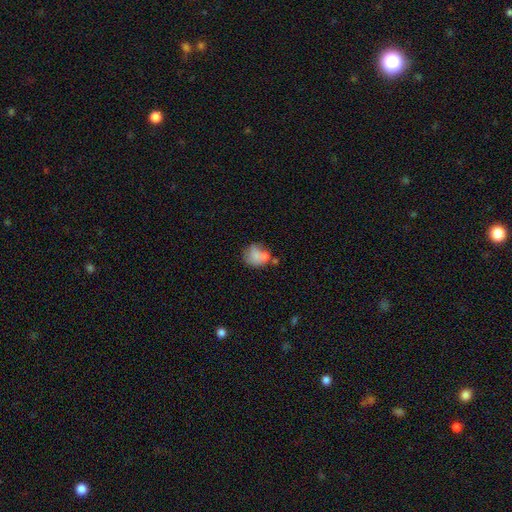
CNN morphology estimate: A smooth galaxy with no disk features (69%) that is round (63%). Merging: none (38%).